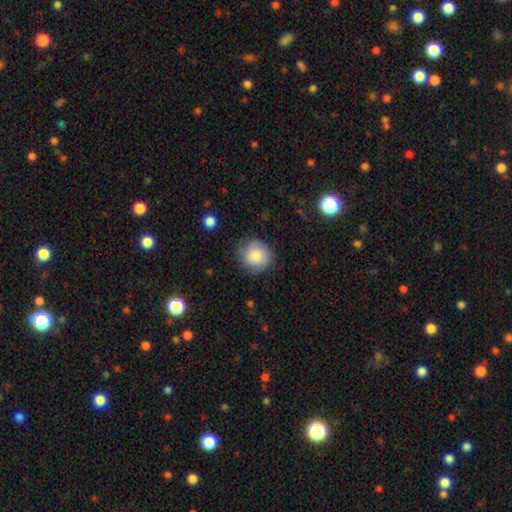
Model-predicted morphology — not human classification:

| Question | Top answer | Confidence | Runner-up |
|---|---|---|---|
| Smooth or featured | smooth | 79% | featured or disk (14%) |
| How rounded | round | 89% | in between (10%) |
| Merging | none | 75% | minor disturbance (19%) |